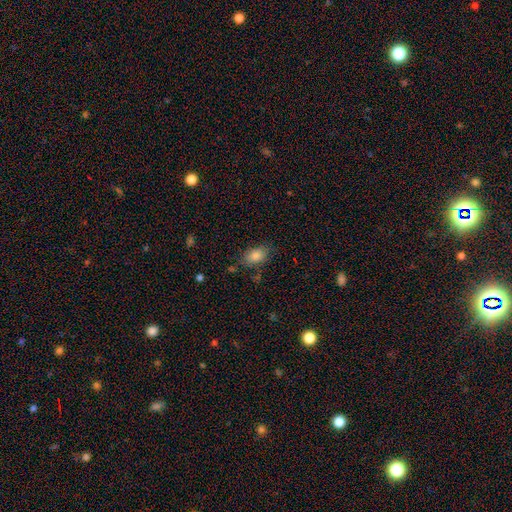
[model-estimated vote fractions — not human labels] smooth_or_featured: smooth (p=0.84) [alt: star or artifact p=0.08]
how_rounded: in between (p=0.87) [alt: round p=0.11]
merging: none (p=0.75) [alt: minor disturbance p=0.17]